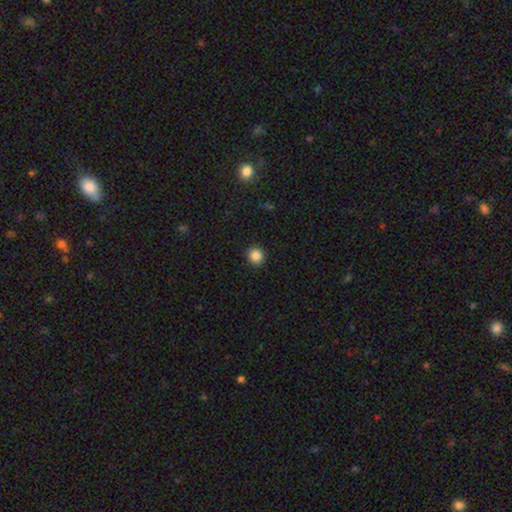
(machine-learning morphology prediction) A smooth galaxy with no disk features (86%) that is round (92%). Merging: none (92%).